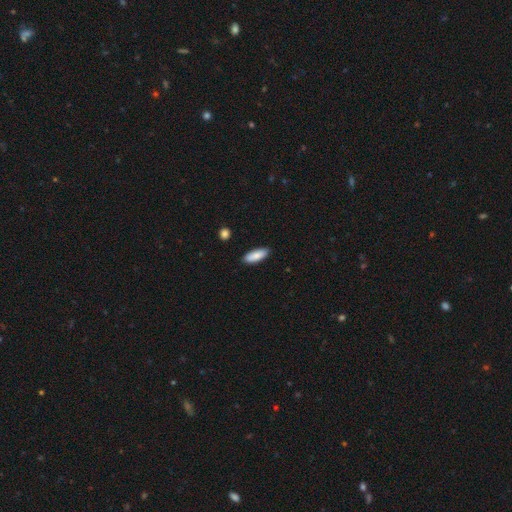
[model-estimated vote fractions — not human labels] Overall: smooth (85%). How rounded: in between (71%). Merging: none (88%).